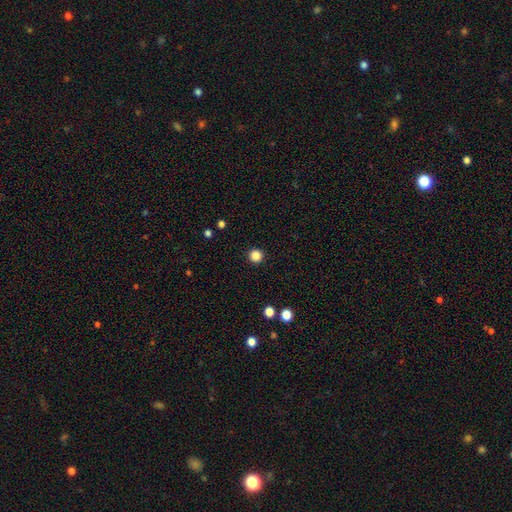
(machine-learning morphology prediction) Smooth or featured? Predicted: smooth (p=0.86). How rounded? Predicted: round (p=0.96). Merging? Predicted: none (p=0.93).